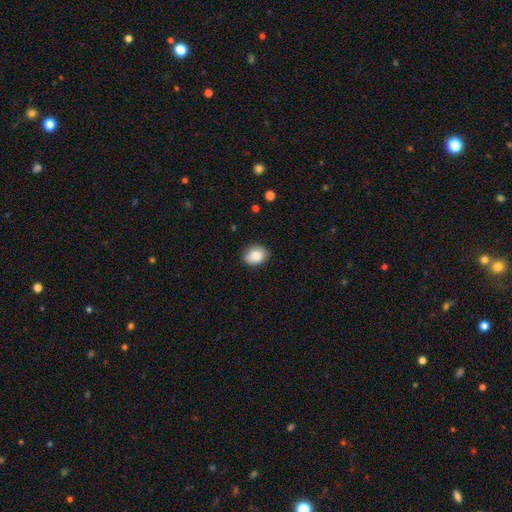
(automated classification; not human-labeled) A smooth galaxy with no disk features (87%) that is in between round and cigar-shaped (61%).

Vote fractions:
- Smooth or featured? smooth: 87% / star or artifact: 7% / featured or disk: 6%
- How rounded? in between: 61% / round: 38% / cigar-shaped: 1%
- Merging? none: 84% / minor disturbance: 12% / major disturbance: 2% / merger: 1%